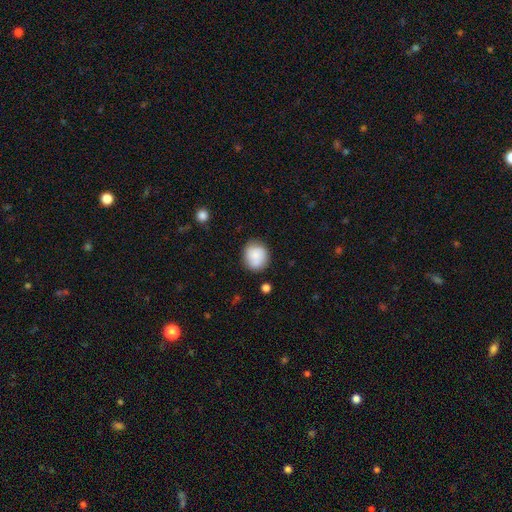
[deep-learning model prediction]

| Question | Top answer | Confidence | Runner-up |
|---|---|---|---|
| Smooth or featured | smooth | 83% | featured or disk (10%) |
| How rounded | round | 78% | in between (21%) |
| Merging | none | 75% | minor disturbance (17%) |